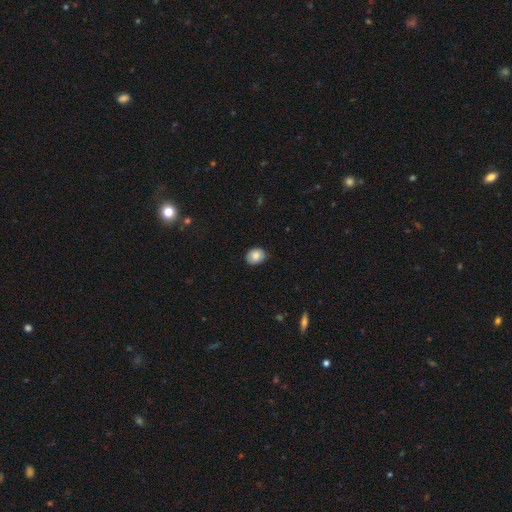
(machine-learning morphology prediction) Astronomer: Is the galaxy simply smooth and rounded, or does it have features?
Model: smooth — 83%.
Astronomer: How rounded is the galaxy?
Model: in between — 52% (runner-up: round, 47%).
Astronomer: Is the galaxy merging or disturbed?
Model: none — 81%.